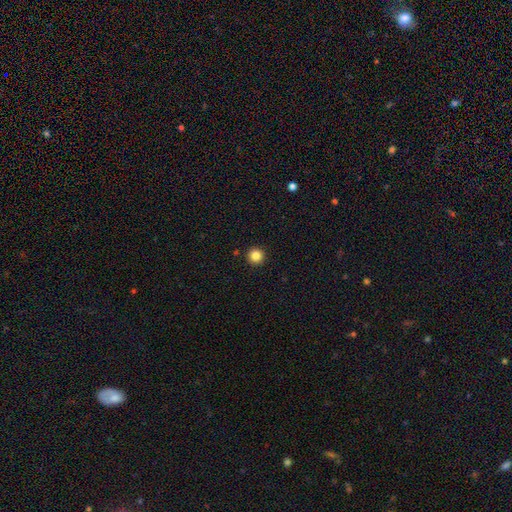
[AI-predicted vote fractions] Smooth or featured: smooth — 85% (star or artifact — 11%)
How rounded: round — 96% (in between — 3%)
Merging: none — 93% (minor disturbance — 4%)